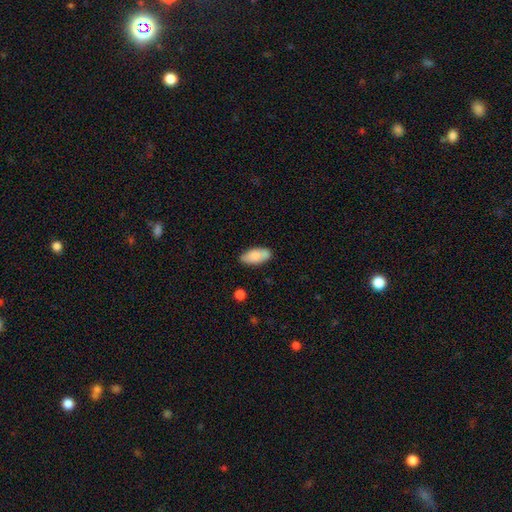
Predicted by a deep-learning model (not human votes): smooth_or_featured: smooth (p=0.81) [alt: featured or disk p=0.13]
how_rounded: in between (p=0.90) [alt: cigar-shaped p=0.08]
merging: none (p=0.78) [alt: minor disturbance p=0.16]